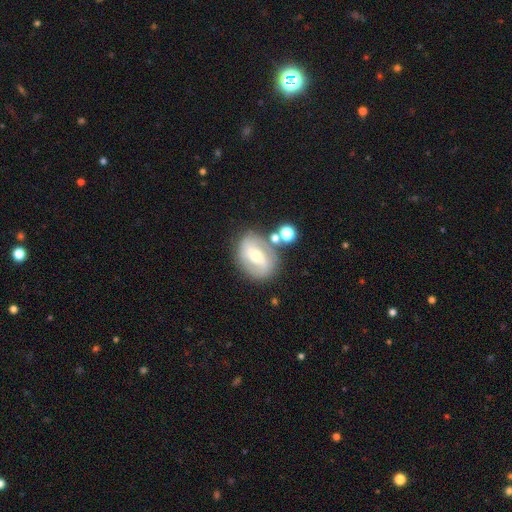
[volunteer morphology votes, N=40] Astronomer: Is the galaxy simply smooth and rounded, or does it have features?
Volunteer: featured or disk — 62%.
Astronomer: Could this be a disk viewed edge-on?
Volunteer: no — 100%.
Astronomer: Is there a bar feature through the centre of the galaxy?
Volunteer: no — 36% (runner-up: strong, 32%).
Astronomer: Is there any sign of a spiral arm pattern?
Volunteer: yes — 84%.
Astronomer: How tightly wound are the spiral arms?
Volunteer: loose — 38% (runner-up: medium, 33%).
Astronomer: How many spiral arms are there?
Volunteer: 2 — 67%.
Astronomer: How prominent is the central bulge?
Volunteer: small — 48% (runner-up: moderate, 40%).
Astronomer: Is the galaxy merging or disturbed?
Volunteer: none — 54%.